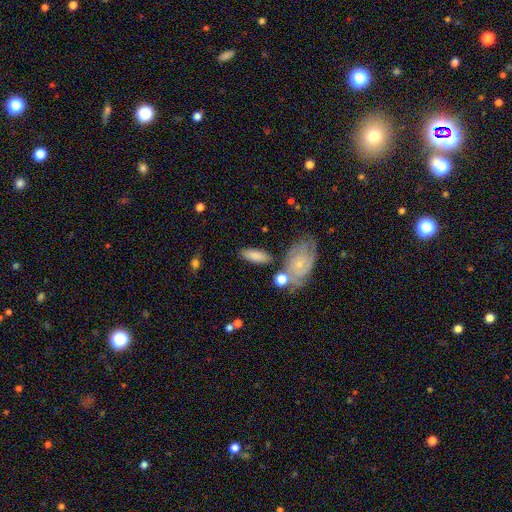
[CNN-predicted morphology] This appears to be a smooth galaxy with no disk features (75%) that is in between round and cigar-shaped (70%). Merging: none (70%).